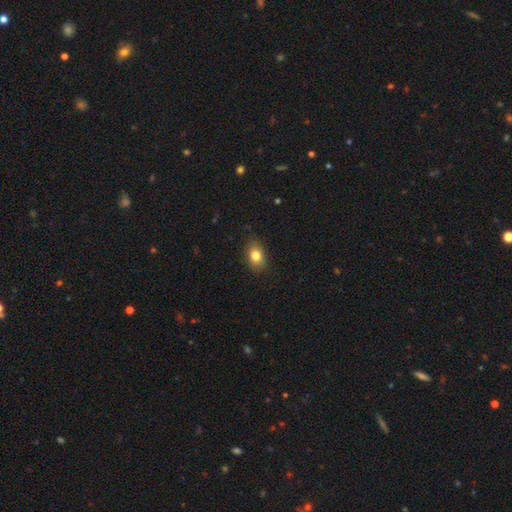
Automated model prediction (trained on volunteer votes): Smooth or featured? smooth (83%)
How rounded? in between (80%)
Merging? none (85%)